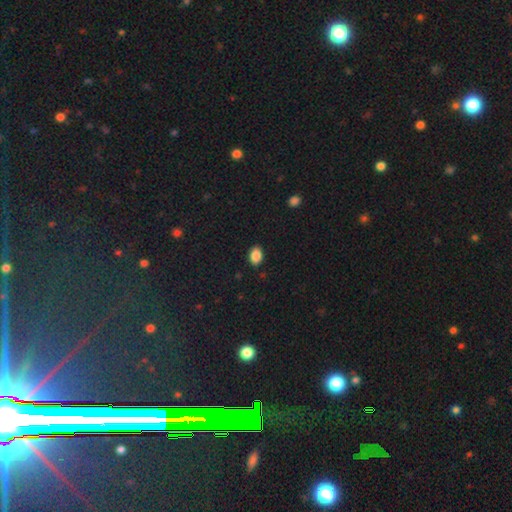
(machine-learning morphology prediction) A smooth galaxy with no disk features (88%) that is in between round and cigar-shaped (81%).

Vote fractions:
- Smooth or featured? smooth: 88% / star or artifact: 9% / featured or disk: 3%
- How rounded? in between: 81% / round: 18% / cigar-shaped: 1%
- Merging? none: 88% / minor disturbance: 9% / major disturbance: 2% / merger: 1%